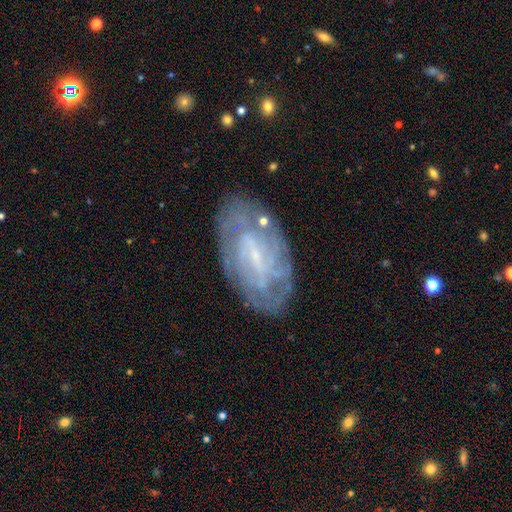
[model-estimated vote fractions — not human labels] Smooth or featured? Predicted: featured or disk (p=0.77). Edge-on disk? Predicted: no (p=0.95). Bar? Predicted: weak (p=0.50). Spiral arms? Predicted: yes (p=0.82). Spiral winding? Predicted: tight (p=0.61). Spiral arm count? Predicted: can't tell (p=0.53). Bulge size? Predicted: small (p=0.70). Merging? Predicted: none (p=0.74).